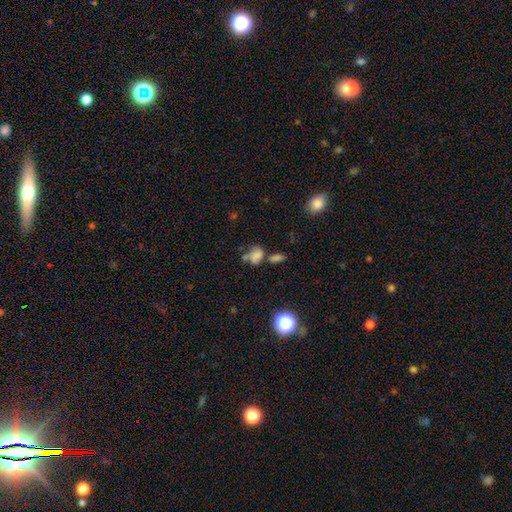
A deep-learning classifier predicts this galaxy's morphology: smooth_or_featured: smooth (p=0.63) [alt: featured or disk p=0.19]
how_rounded: in between (p=0.69) [alt: round p=0.29]
merging: merger (p=0.36) [alt: none p=0.30]